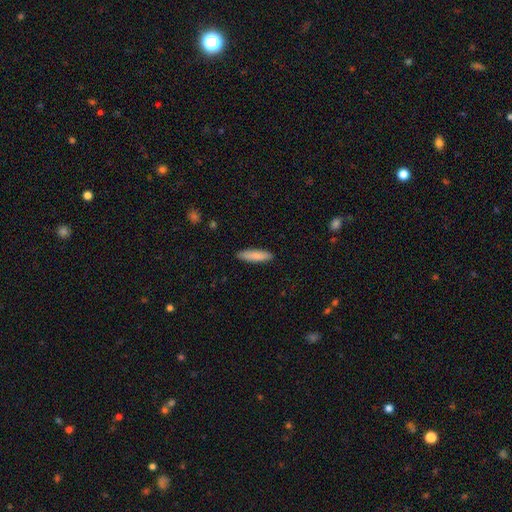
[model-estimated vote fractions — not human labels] smooth_or_featured: smooth (p=0.84) [alt: featured or disk p=0.10]
how_rounded: cigar-shaped (p=0.69) [alt: in between p=0.30]
merging: none (p=0.89) [alt: minor disturbance p=0.08]